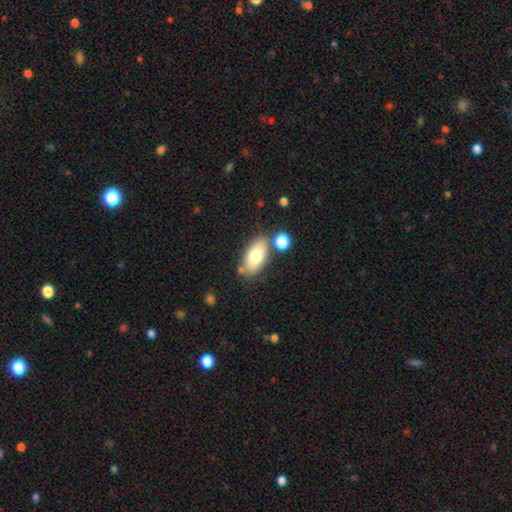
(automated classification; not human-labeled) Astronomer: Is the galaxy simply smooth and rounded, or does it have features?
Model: smooth — 73%.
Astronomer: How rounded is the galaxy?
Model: in between — 90%.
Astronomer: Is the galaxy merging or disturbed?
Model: none — 73%.